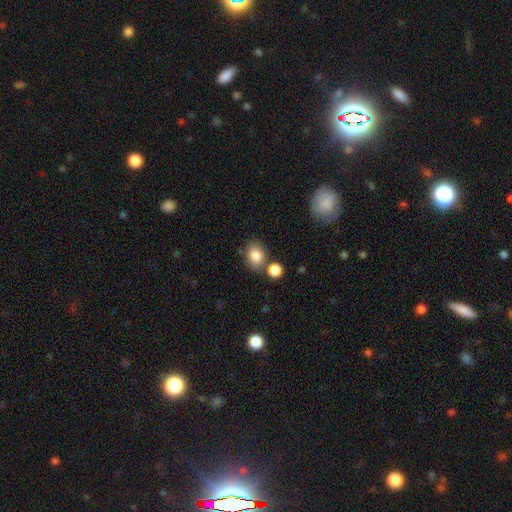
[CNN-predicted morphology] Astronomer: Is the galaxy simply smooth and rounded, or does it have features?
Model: smooth — 84%.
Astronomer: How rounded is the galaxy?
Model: in between — 52% (runner-up: round, 46%).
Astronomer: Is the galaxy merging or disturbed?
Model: none — 70%.